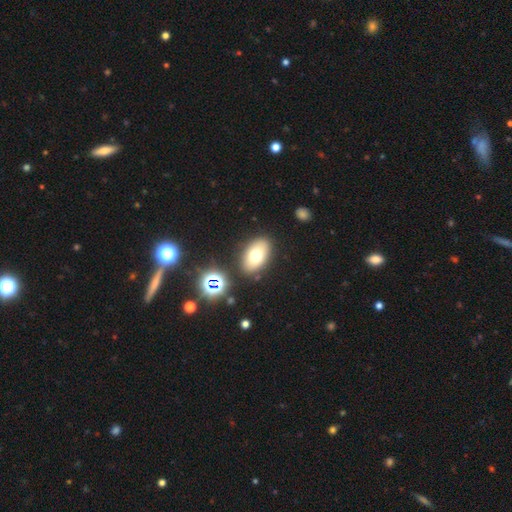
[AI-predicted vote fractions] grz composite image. It shows a smooth galaxy with no disk features (69%) that is in between round and cigar-shaped (88%). Merging: none (84%).